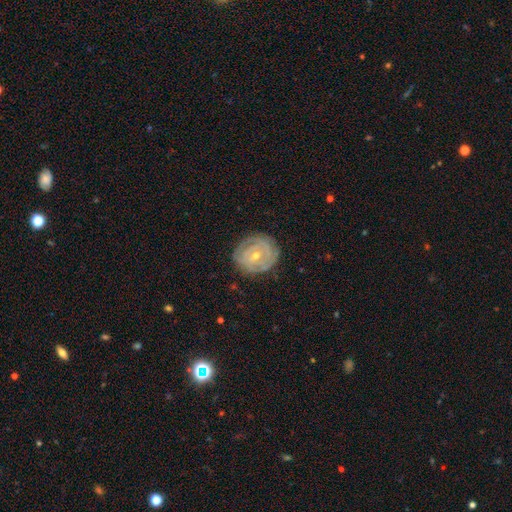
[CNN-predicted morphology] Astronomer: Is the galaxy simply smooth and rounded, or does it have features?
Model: featured or disk — 79%.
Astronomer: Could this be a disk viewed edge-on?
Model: no — 97%.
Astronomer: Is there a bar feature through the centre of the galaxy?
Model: no — 59%.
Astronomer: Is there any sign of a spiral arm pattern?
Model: yes — 87%.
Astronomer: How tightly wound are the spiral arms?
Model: tight — 81%.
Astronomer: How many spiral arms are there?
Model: can't tell — 37% (runner-up: 2, 31%).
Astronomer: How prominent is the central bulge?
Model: small — 61%.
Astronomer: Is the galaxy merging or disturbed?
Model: none — 80%.